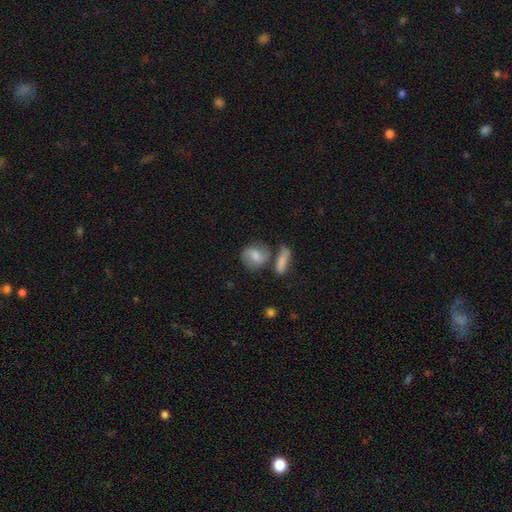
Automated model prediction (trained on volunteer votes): Morphology: type=smooth (51%); roundness=round (49%); merging=none (55%).